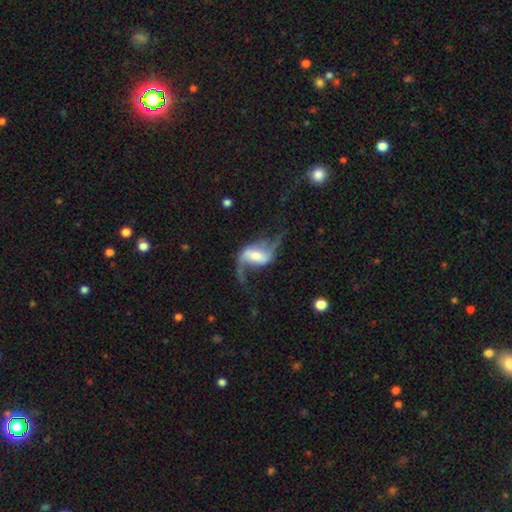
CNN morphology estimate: A featured or disk galaxy (86%) with a strong bar (41%), 2 (91%) loose (85%) spiral arms (94%) and a moderate central bulge (48%). Merging: none (58%).